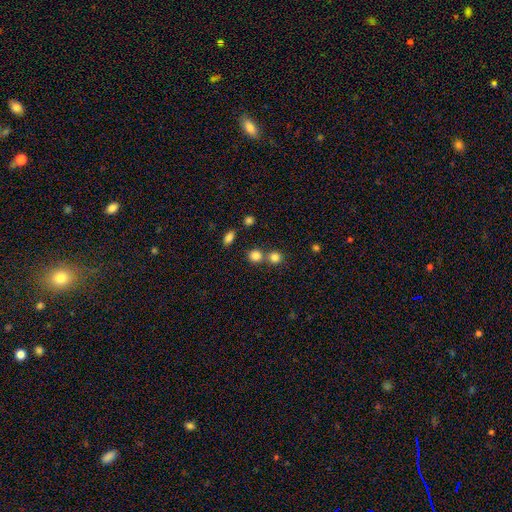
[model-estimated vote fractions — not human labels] Morphology: type=smooth (81%); roundness=round (86%); merging=none (61%).